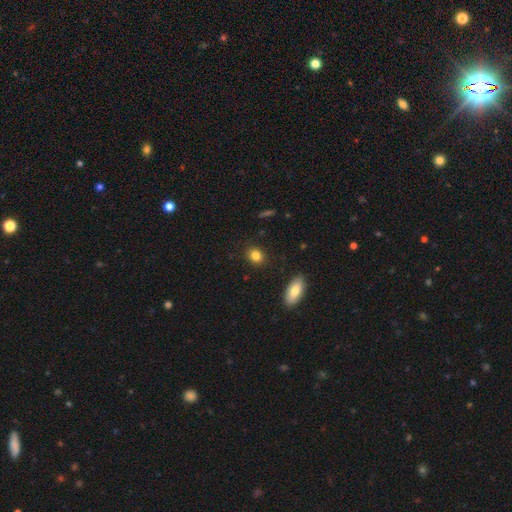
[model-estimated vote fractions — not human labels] Smooth or featured?
  - smooth: 84% *
  - star or artifact: 10%
  - featured or disk: 7%
How rounded?
  - round: 58% *
  - in between: 41%
  - cigar-shaped: 2%
Merging?
  - none: 89% *
  - minor disturbance: 8%
  - major disturbance: 2%
  - merger: 2%